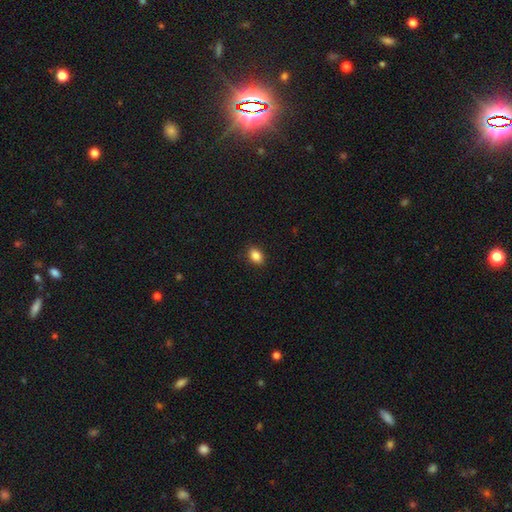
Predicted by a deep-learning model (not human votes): Smooth or featured? smooth (86%)
How rounded? in between (77%)
Merging? none (89%)